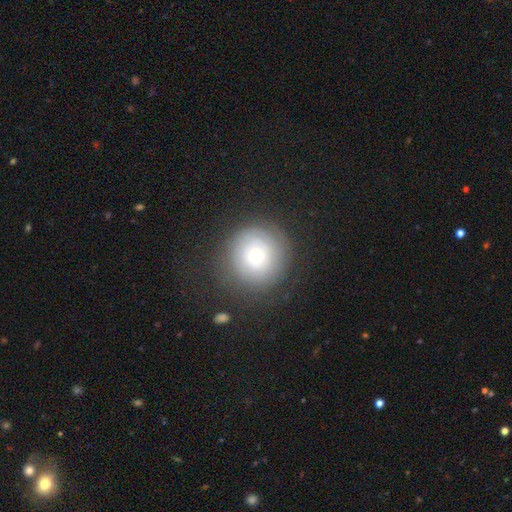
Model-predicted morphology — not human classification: Smooth or featured? Predicted: smooth (p=0.54). How rounded? Predicted: round (p=0.94). Merging? Predicted: none (p=0.80).